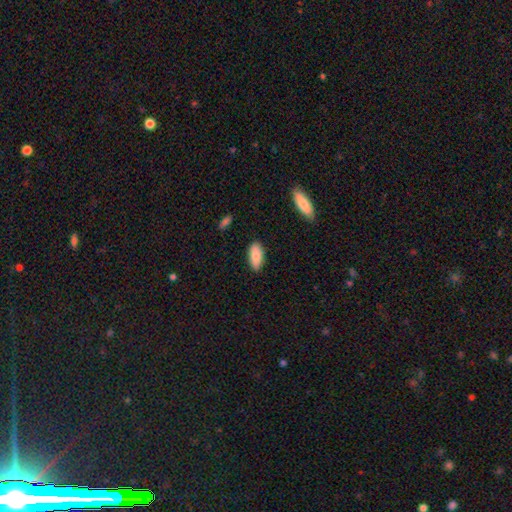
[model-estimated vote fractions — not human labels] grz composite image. It shows a smooth galaxy with no disk features (84%) that is in between round and cigar-shaped (87%). Merging: none (87%).